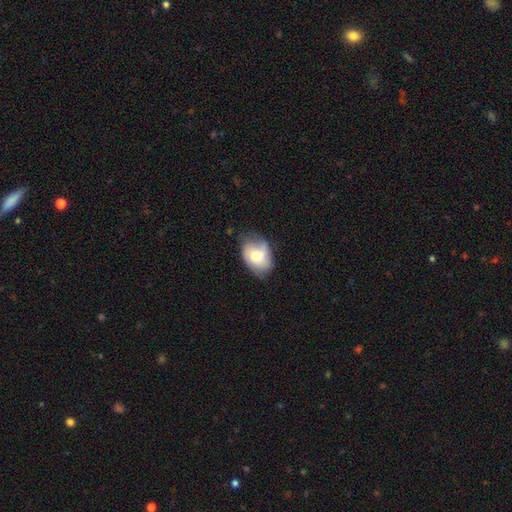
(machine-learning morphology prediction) smooth 62%, featured or disk 30%, star or artifact 8%. Down the decision tree: how rounded — in between (77%); merging — none (52%).